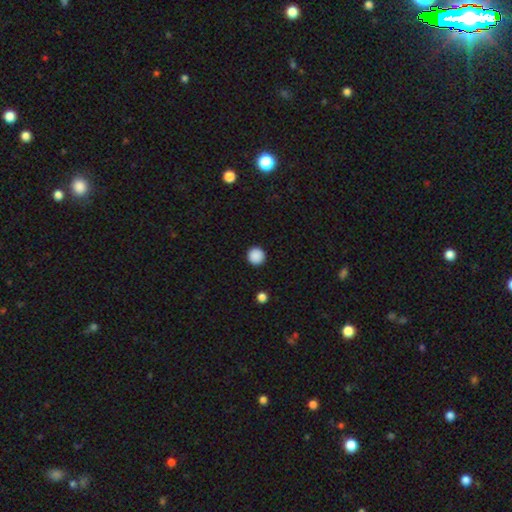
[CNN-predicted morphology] The model was most divided on "smooth or featured": smooth: 89%, star or artifact: 9%, featured or disk: 2%. More confident: how rounded — round (96%); merging — none (93%).